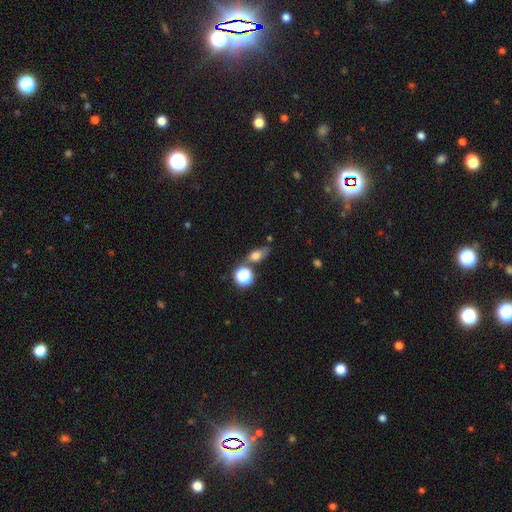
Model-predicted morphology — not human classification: smooth-or-featured: smooth: 68% | star or artifact: 17% | featured or disk: 15%
  how-rounded: in between: 66% | round: 23% | cigar-shaped: 11%
  merging: none: 59% | minor disturbance: 17% | merger: 16% | major disturbance: 7%